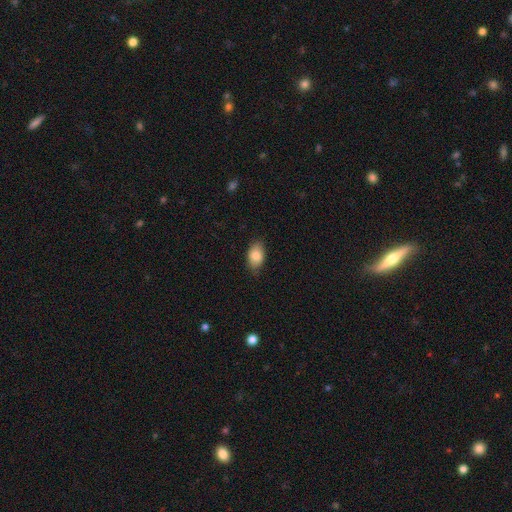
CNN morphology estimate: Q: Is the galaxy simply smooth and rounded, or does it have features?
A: smooth — 85%.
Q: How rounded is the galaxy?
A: in between — 89%.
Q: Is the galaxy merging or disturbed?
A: none — 81%.